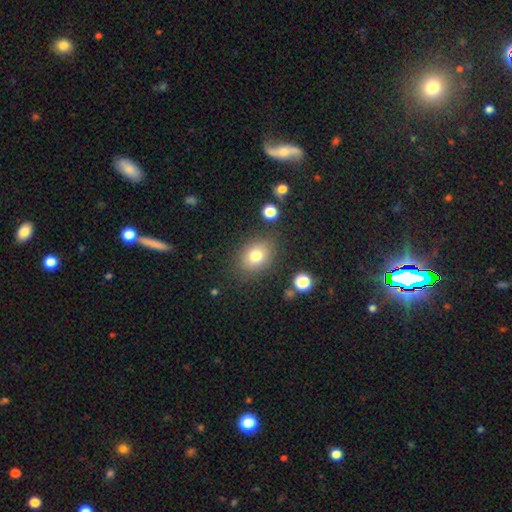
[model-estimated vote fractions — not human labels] Smooth or featured? smooth (77%)
How rounded? in between (54%)
Merging? none (82%)